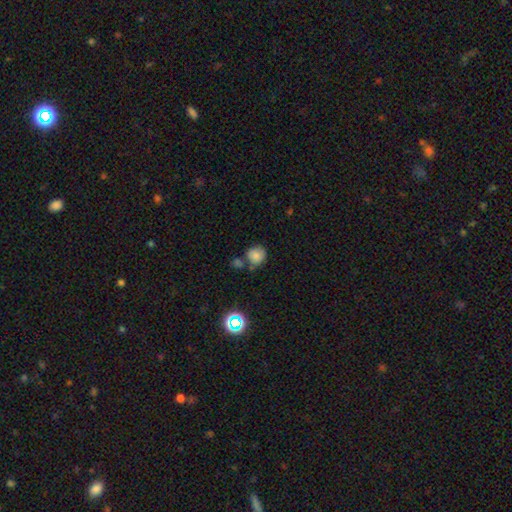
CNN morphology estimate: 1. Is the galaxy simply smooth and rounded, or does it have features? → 78% smooth, 13% star or artifact, 9% featured or disk.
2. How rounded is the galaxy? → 84% round, 15% in between, 1% cigar-shaped.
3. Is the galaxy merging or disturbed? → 58% none, 21% merger, 16% minor disturbance, 5% major disturbance.